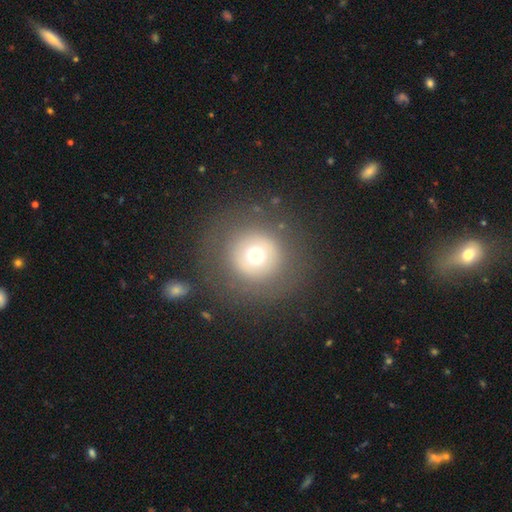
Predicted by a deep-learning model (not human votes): smooth-or-featured: smooth: 65% | featured or disk: 21% | star or artifact: 14%
  how-rounded: round: 94% | in between: 5% | cigar-shaped: 1%
  merging: none: 80% | minor disturbance: 9% | major disturbance: 8% | merger: 3%